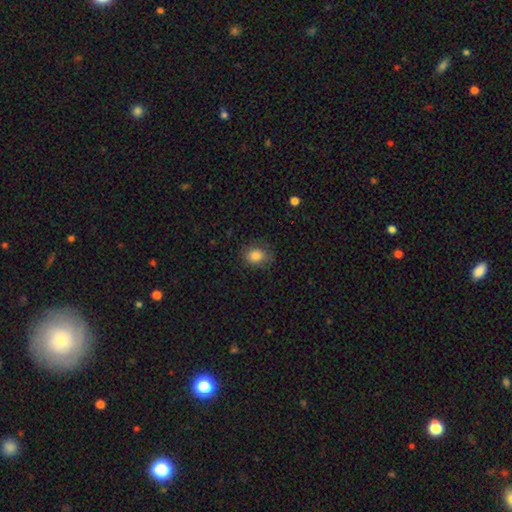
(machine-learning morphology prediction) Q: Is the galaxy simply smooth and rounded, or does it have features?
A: smooth — 84%.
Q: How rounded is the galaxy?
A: round — 57%.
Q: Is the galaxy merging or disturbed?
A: none — 75%.